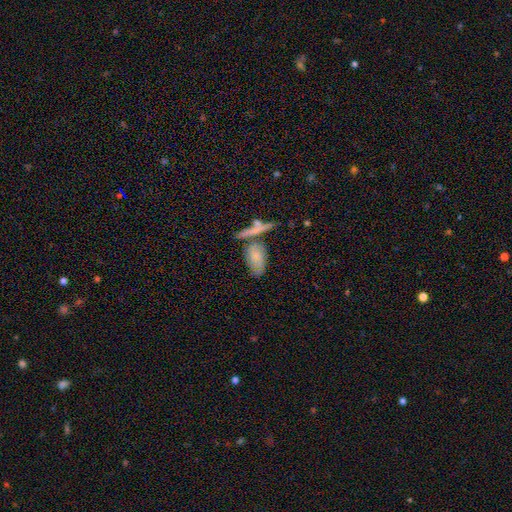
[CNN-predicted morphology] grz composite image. It shows a smooth galaxy with no disk features (61%) that is in between round and cigar-shaped (82%). Merging: none (41%).